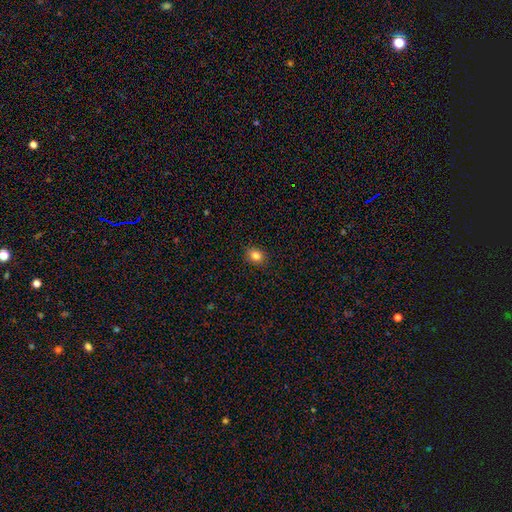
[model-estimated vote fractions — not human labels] A smooth galaxy with no disk features (82%) that is round (50%).

Vote fractions:
- Smooth or featured? smooth: 82% / star or artifact: 11% / featured or disk: 6%
- How rounded? round: 50% / in between: 49% / cigar-shaped: 1%
- Merging? none: 89% / minor disturbance: 8% / major disturbance: 2% / merger: 1%